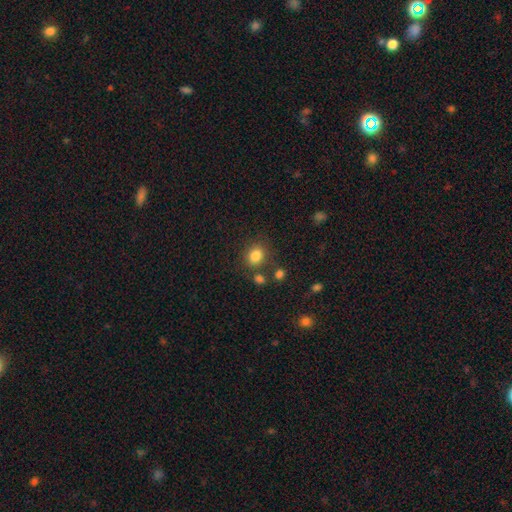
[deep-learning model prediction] Overall: smooth (83%). How rounded: round (60%; in between 39%). Merging: none (75%).